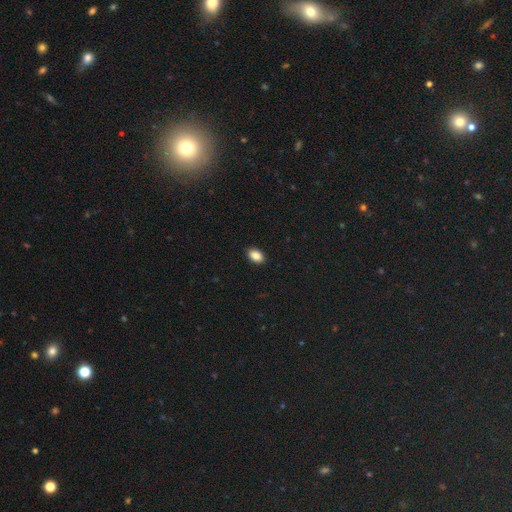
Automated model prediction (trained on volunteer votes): smooth_or_featured: smooth (p=0.87) [alt: star or artifact p=0.08]
how_rounded: in between (p=0.87) [alt: round p=0.11]
merging: none (p=0.91) [alt: minor disturbance p=0.07]